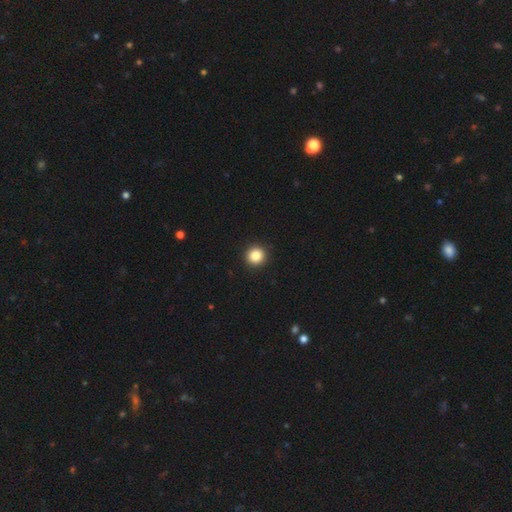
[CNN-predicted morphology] Overall: smooth (85%). How rounded: round (95%). Merging: none (94%).